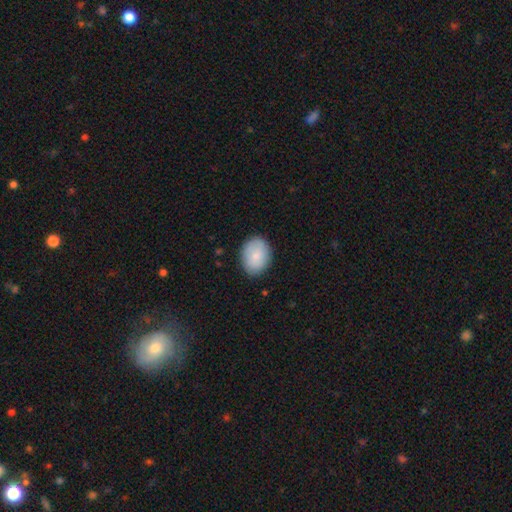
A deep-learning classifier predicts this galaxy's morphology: smooth 82%, featured or disk 12%, star or artifact 6%. Down the decision tree: how rounded — in between (68%); merging — none (84%).